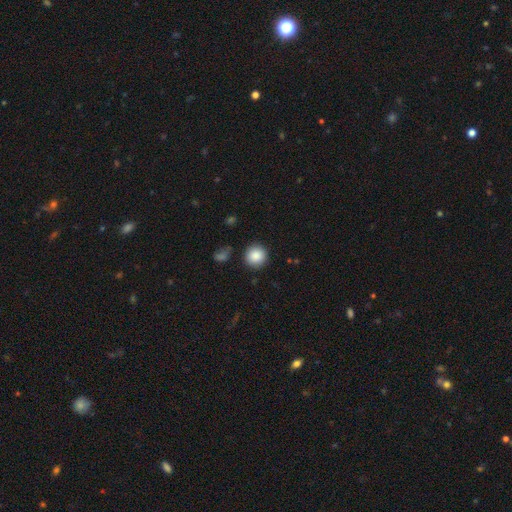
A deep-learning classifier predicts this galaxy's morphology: Smooth or featured: smooth — 87% (star or artifact — 9%)
How rounded: round — 93% (in between — 6%)
Merging: none — 89% (minor disturbance — 7%)